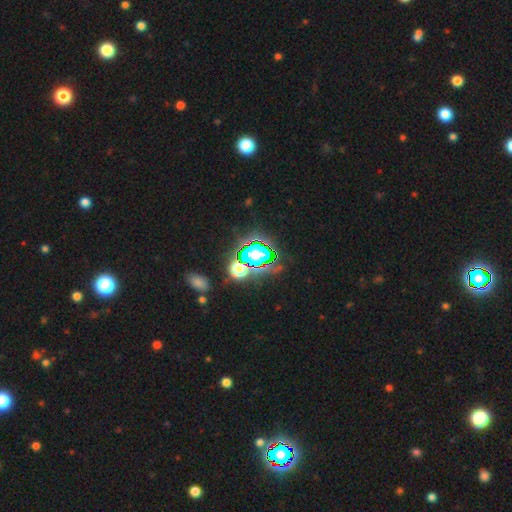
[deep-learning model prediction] Smooth or featured: star or artifact — 68% (smooth — 19%)